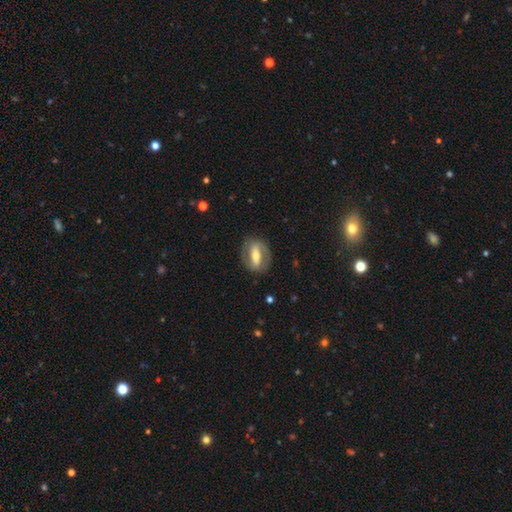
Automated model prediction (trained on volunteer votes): Morphology: type=featured or disk (67%); edge-on=no (87%); bar=strong (66%); spiral arms=yes (54%); bulge=moderate (59%); merging=none (82%).